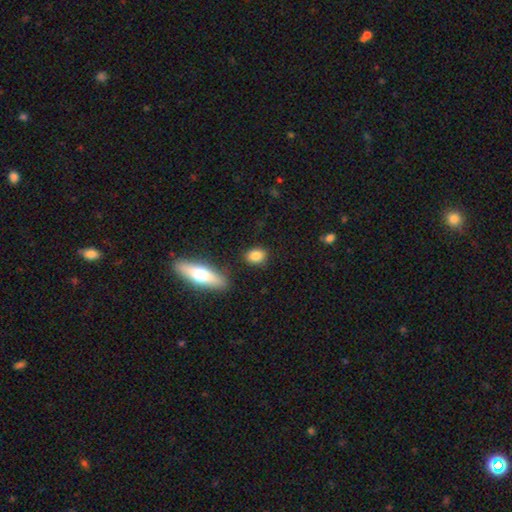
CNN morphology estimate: type=smooth (85%); roundness=in between (54%); merging=none (84%).